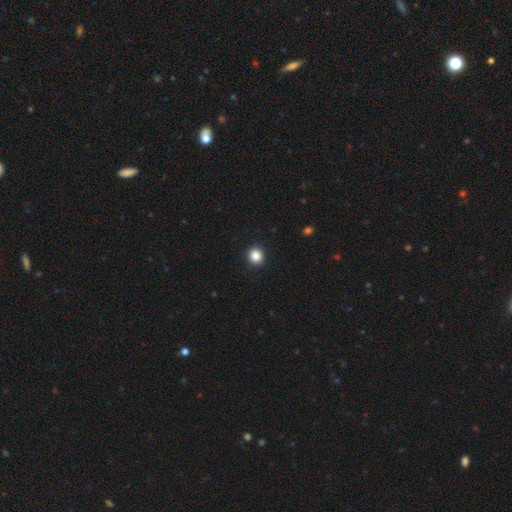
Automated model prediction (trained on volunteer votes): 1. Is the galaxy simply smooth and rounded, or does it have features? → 86% smooth, 11% star or artifact, 3% featured or disk.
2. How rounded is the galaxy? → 88% round, 11% in between, 1% cigar-shaped.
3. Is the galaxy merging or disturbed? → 92% none, 5% minor disturbance, 2% major disturbance, 1% merger.